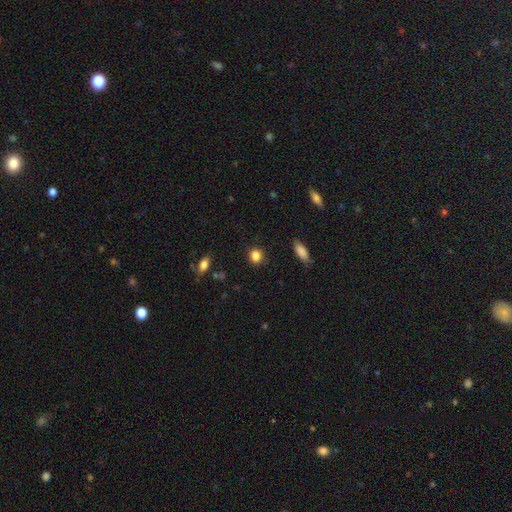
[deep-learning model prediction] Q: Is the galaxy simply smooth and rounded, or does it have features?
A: smooth — 86%.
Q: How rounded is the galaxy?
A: round — 76%.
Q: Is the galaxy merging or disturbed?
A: none — 87%.